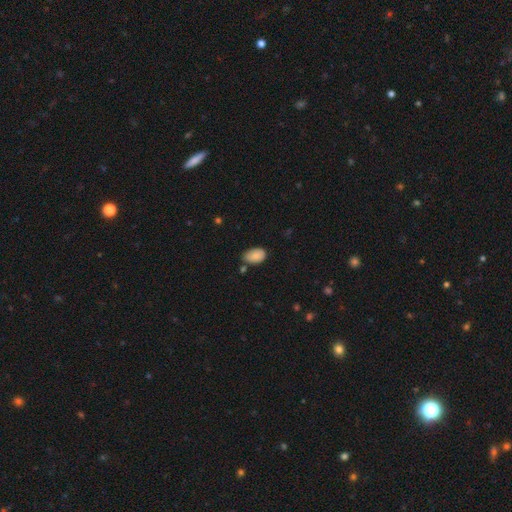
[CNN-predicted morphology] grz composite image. It shows a smooth galaxy with no disk features (86%) that is in between round and cigar-shaped (90%). Merging: none (64%).